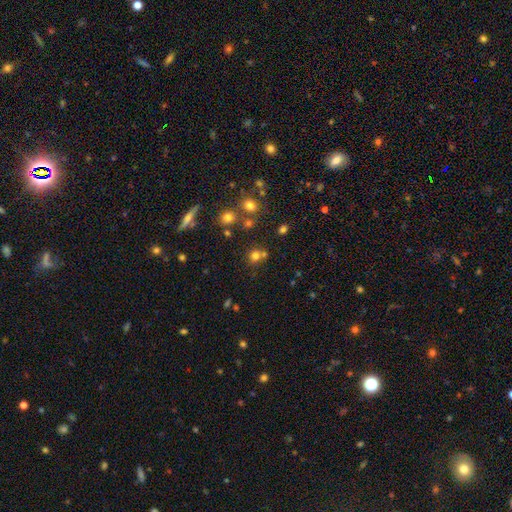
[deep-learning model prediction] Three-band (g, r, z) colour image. It shows a smooth galaxy with no disk features (69%) that is round (87%). Merging: none (65%).